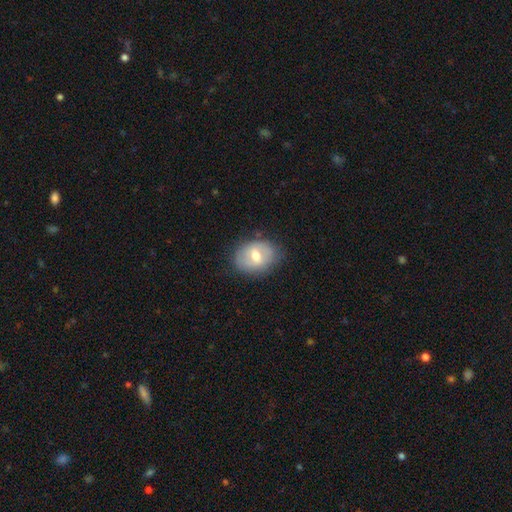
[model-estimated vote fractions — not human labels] A smooth galaxy with no disk features (50%) that is in between round and cigar-shaped (59%). Merging: none (76%).